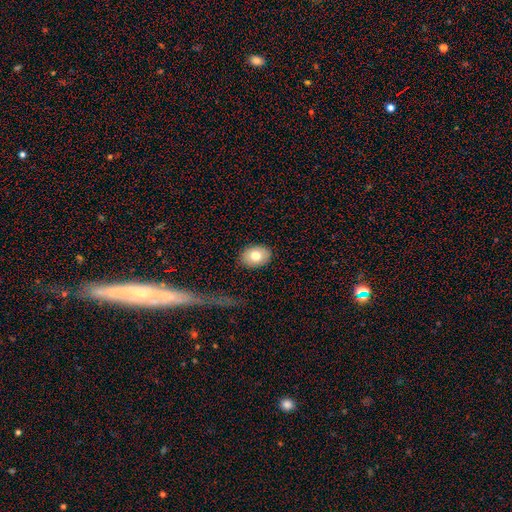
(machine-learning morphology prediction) smooth 76%, featured or disk 16%, star or artifact 8%. Down the decision tree: how rounded — in between (71%); merging — none (87%).